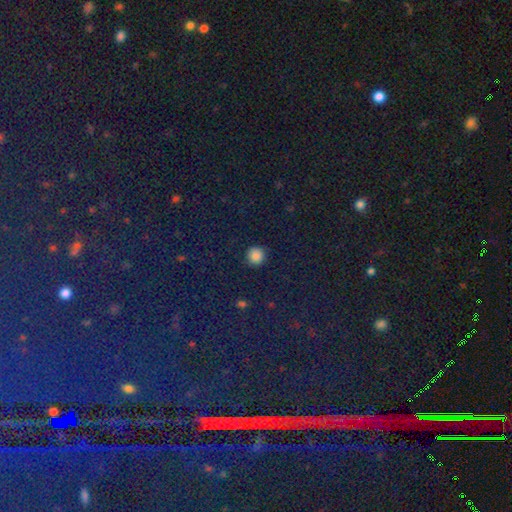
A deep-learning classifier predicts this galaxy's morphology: smooth-or-featured: smooth: 83% | star or artifact: 13% | featured or disk: 4%
  how-rounded: round: 92% | in between: 7% | cigar-shaped: 1%
  merging: none: 89% | minor disturbance: 7% | major disturbance: 3% | merger: 1%